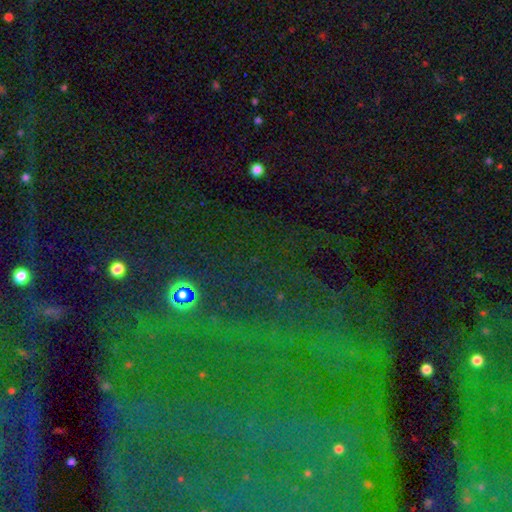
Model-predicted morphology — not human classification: A star or artifact, not a galaxy (77%).

Vote fractions:
- Smooth or featured? star or artifact: 77% / featured or disk: 12% / smooth: 11%